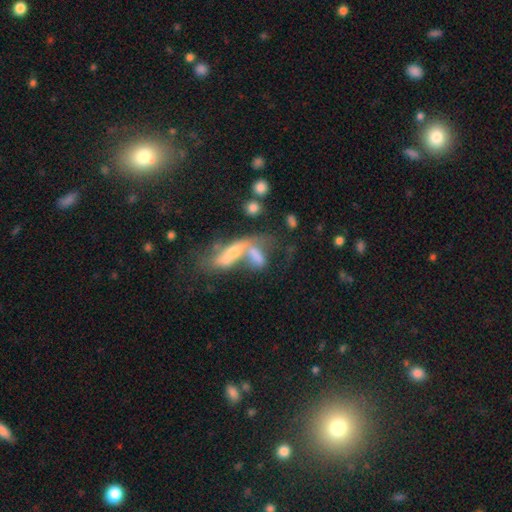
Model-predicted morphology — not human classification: smooth-or-featured: smooth: 46% | featured or disk: 42% | star or artifact: 13%
  merging: merger: 63% | major disturbance: 15% | none: 14% | minor disturbance: 7%